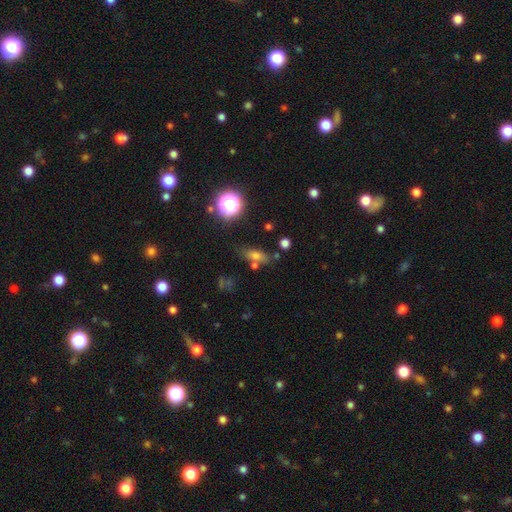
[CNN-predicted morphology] smooth 66%, featured or disk 17%, star or artifact 17%. Down the decision tree: how rounded — in between (60%); merging — none (70%).